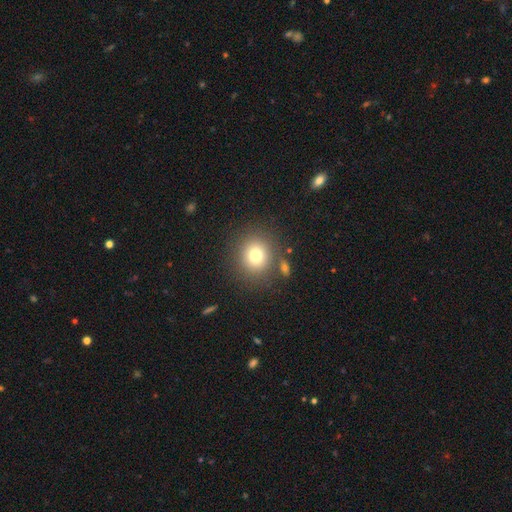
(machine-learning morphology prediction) Smooth or featured: smooth — 75% (star or artifact — 14%)
How rounded: round — 85% (in between — 14%)
Merging: none — 80% (minor disturbance — 9%)